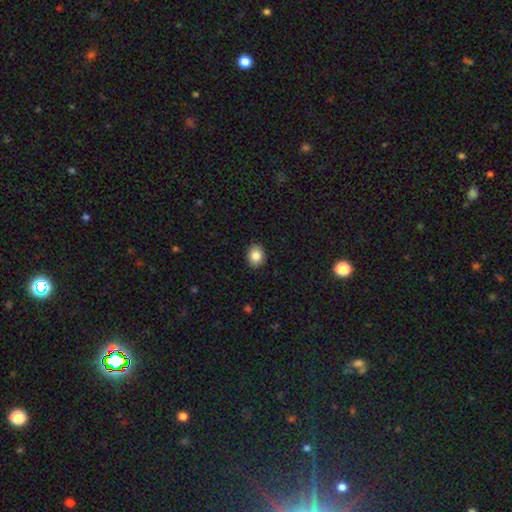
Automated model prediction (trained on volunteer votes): A smooth galaxy with no disk features (87%) that is round (61%). Merging: none (89%).